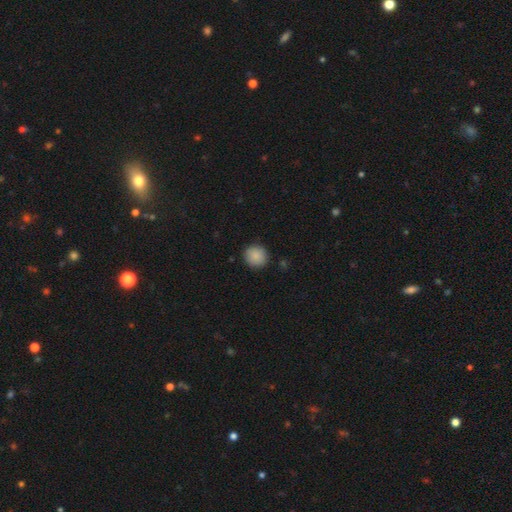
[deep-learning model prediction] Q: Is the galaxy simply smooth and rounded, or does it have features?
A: smooth — 89%.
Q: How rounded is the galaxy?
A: round — 91%.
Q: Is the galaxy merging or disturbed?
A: none — 89%.